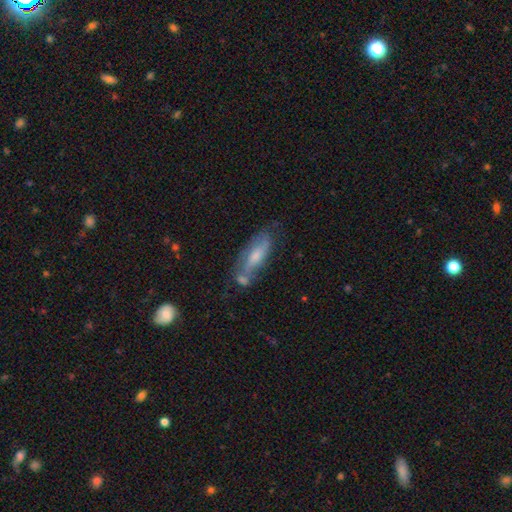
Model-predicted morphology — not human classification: Q: Smooth or featured?
A: featured or disk (49%); runner-up: smooth (42%)
Q: Merging?
A: none (52%); runner-up: minor disturbance (23%)